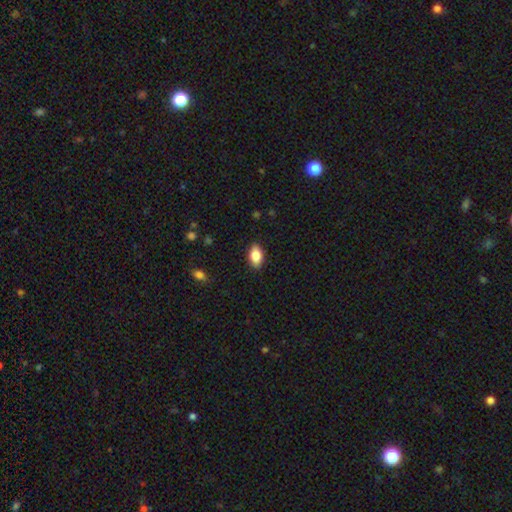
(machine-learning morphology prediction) Smooth or featured? Predicted: smooth (p=0.82). How rounded? Predicted: in between (p=0.89). Merging? Predicted: none (p=0.87).